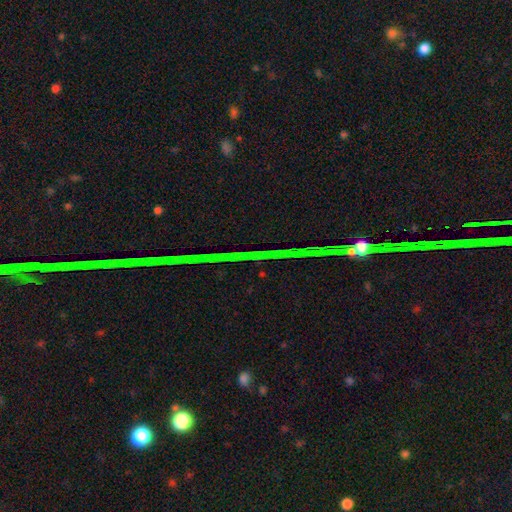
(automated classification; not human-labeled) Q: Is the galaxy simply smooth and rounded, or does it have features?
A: star or artifact — 82%.